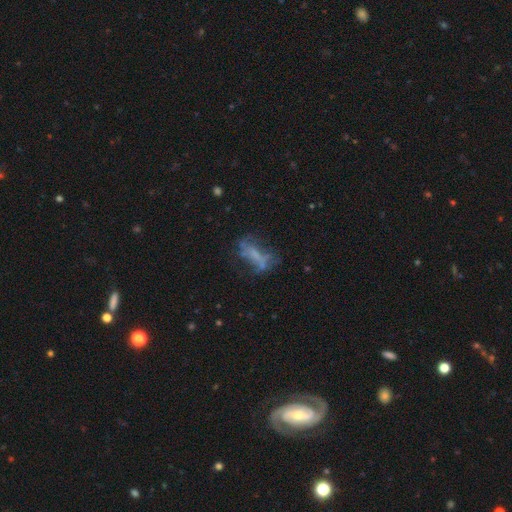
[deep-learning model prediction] Morphology: type=featured or disk (51%); edge-on=no (90%); merging=none (41%).